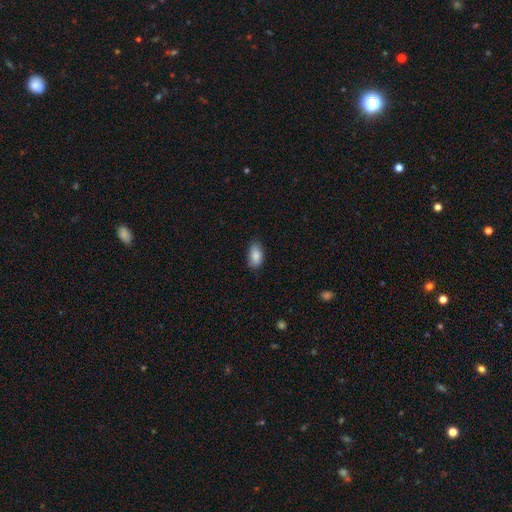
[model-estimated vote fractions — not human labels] Smooth or featured: smooth — 87% (star or artifact — 7%)
How rounded: in between — 92% (round — 6%)
Merging: none — 77% (minor disturbance — 19%)